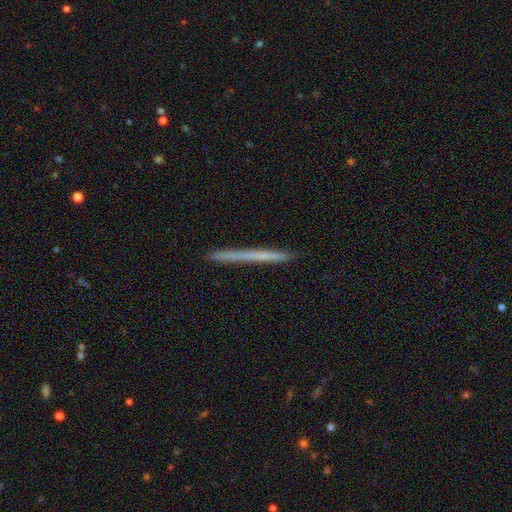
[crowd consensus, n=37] Volunteers were most divided on "smooth or featured": smooth: 49%, featured or disk: 46%, star or artifact: 5%. More confident: how rounded — cigar-shaped (100%); merging — none (91%).